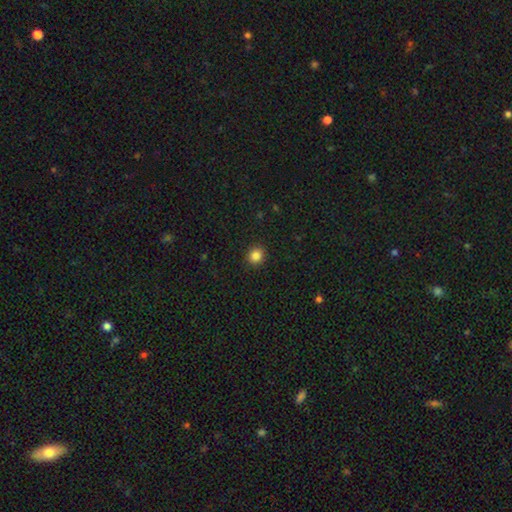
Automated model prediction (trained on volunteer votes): This appears to be a smooth galaxy with no disk features (85%) that is round (82%). Merging: none (91%).